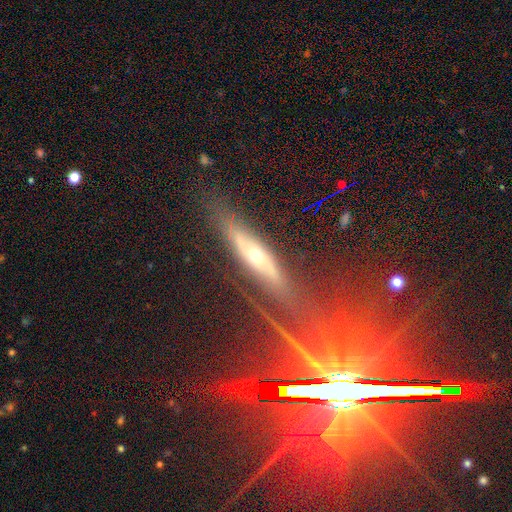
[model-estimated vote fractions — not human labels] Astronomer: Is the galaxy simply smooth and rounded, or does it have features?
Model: featured or disk — 56%.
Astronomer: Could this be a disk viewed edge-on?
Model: yes — 81%.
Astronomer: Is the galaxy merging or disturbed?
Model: none — 79%.